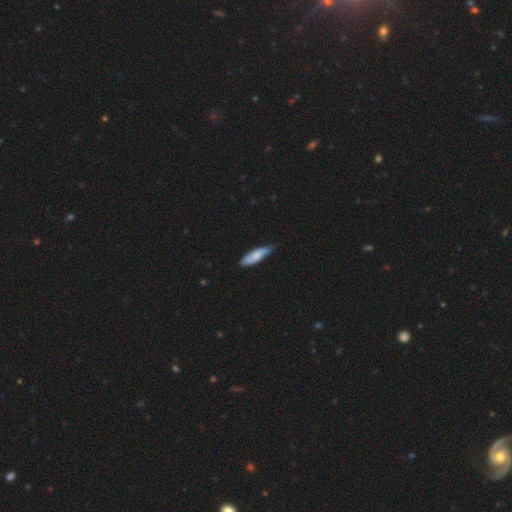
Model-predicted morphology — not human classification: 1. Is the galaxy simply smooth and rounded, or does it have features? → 71% smooth, 24% featured or disk, 5% star or artifact.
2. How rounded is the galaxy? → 58% cigar-shaped, 41% in between, 2% round.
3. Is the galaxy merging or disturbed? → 72% none, 24% minor disturbance, 3% major disturbance, 1% merger.